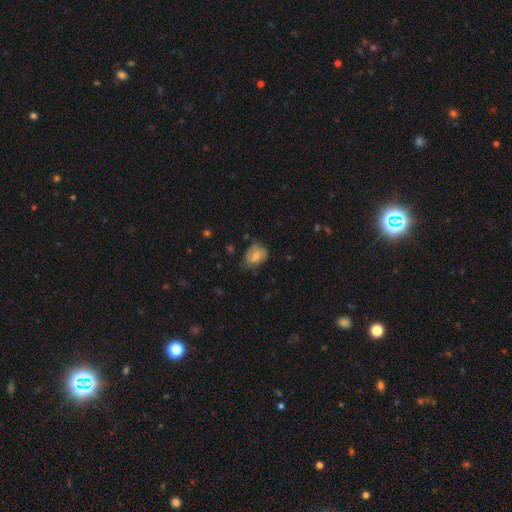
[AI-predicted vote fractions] The model was most divided on "how rounded": in between: 52%, round: 47%, cigar-shaped: 1%. More confident: smooth or featured — smooth (61%); merging — none (60%).